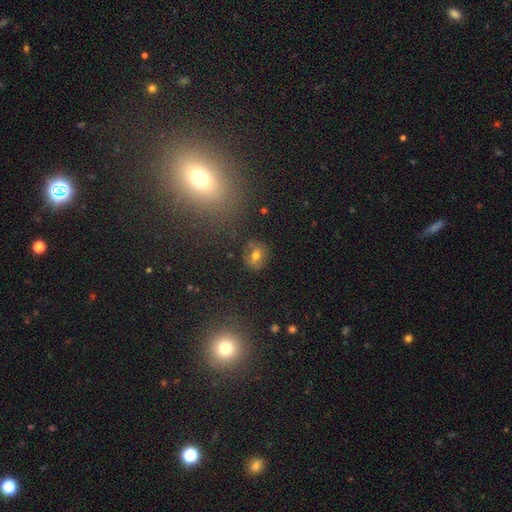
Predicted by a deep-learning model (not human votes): Q: Smooth or featured?
A: smooth (52%); runner-up: featured or disk (29%)
Q: How rounded?
A: round (68%); runner-up: in between (30%)
Q: Merging?
A: none (81%); runner-up: minor disturbance (12%)